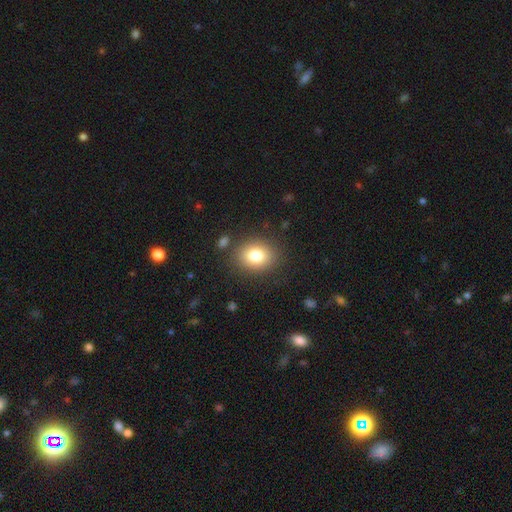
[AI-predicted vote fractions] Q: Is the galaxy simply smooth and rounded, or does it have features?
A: smooth — 81%.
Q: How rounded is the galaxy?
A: in between — 50%.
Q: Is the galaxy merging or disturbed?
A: none — 85%.